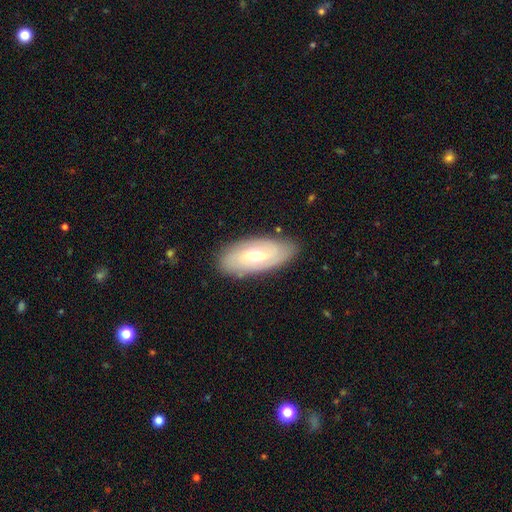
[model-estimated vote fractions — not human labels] Smooth or featured?
  - featured or disk: 57% *
  - smooth: 36%
  - star or artifact: 6%
Edge-on disk?
  - no: 87% *
  - yes: 13%
Merging?
  - none: 83% *
  - minor disturbance: 13%
  - major disturbance: 3%
  - merger: 1%